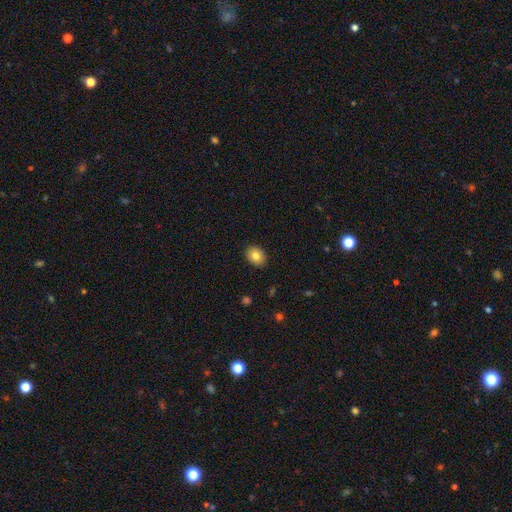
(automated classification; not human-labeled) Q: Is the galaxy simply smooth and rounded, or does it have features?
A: smooth — 83%.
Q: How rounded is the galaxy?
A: in between — 61%.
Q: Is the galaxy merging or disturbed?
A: none — 90%.